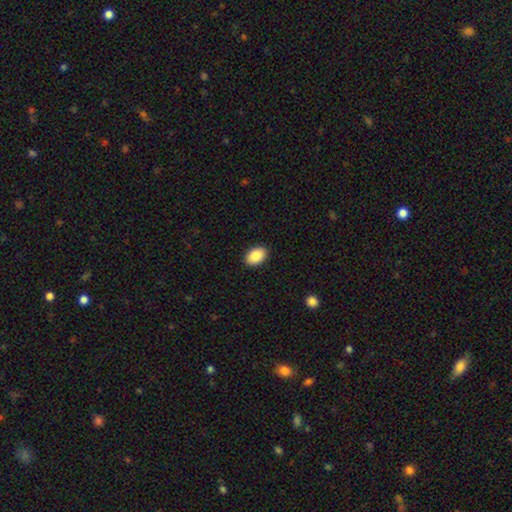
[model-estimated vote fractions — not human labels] Smooth or featured? smooth (88%)
How rounded? in between (87%)
Merging? none (90%)